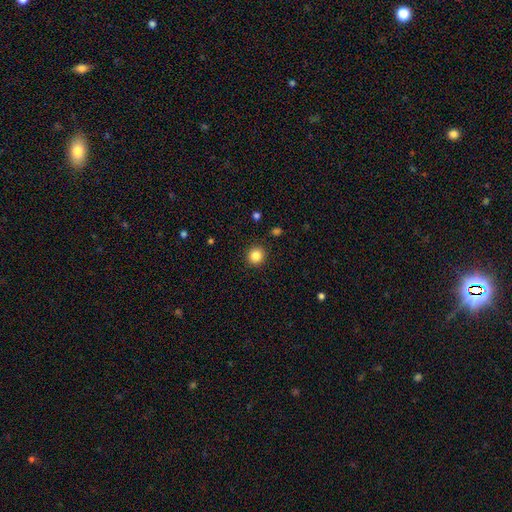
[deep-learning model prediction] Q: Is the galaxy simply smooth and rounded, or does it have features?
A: smooth — 85%.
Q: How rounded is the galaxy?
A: round — 90%.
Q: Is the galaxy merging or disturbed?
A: none — 90%.